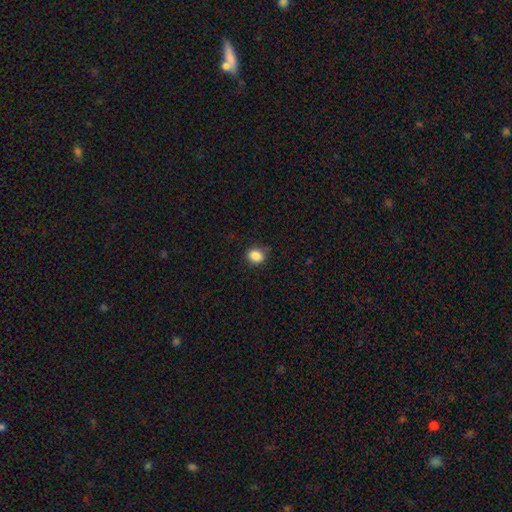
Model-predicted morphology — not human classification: Smooth or featured? Predicted: smooth (p=0.86). How rounded? Predicted: round (p=0.71). Merging? Predicted: none (p=0.81).